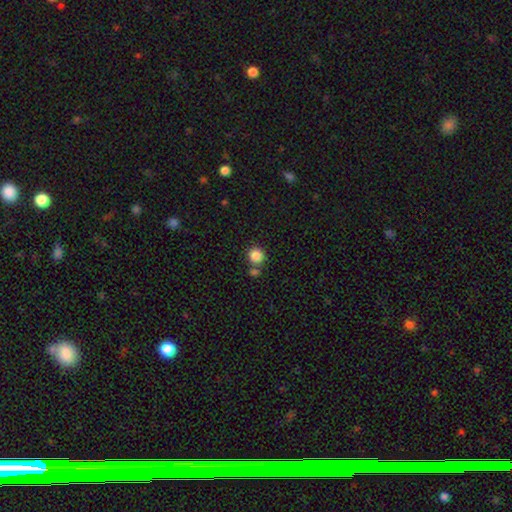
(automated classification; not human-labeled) smooth 86%, star or artifact 10%, featured or disk 4%. Down the decision tree: how rounded — round (90%); merging — none (71%).